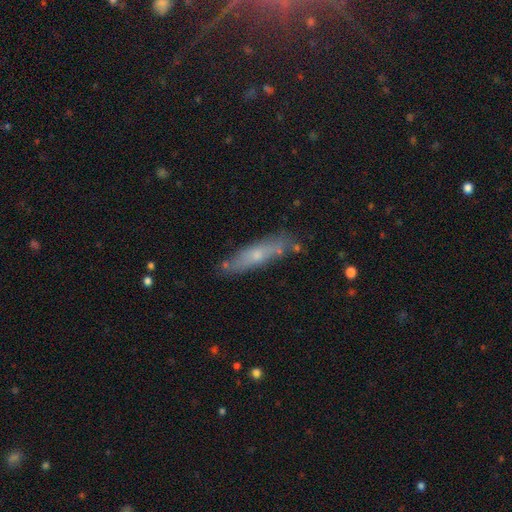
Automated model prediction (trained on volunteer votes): smooth-or-featured: smooth: 50% | featured or disk: 42% | star or artifact: 8%
  how-rounded: cigar-shaped: 76% | in between: 22% | round: 2%
  merging: none: 76% | minor disturbance: 16% | merger: 4% | major disturbance: 4%